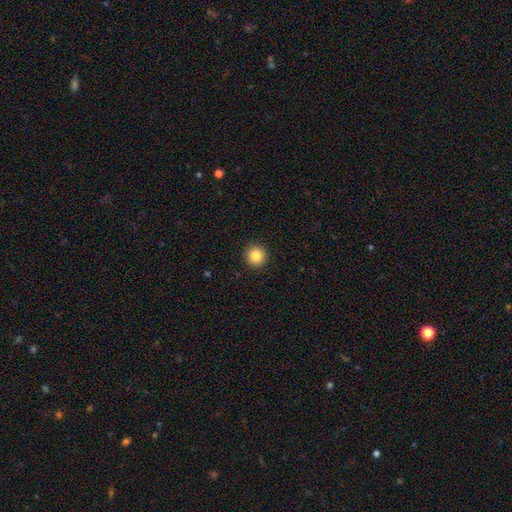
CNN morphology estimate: A smooth galaxy with no disk features (86%) that is round (94%). Merging: none (93%).